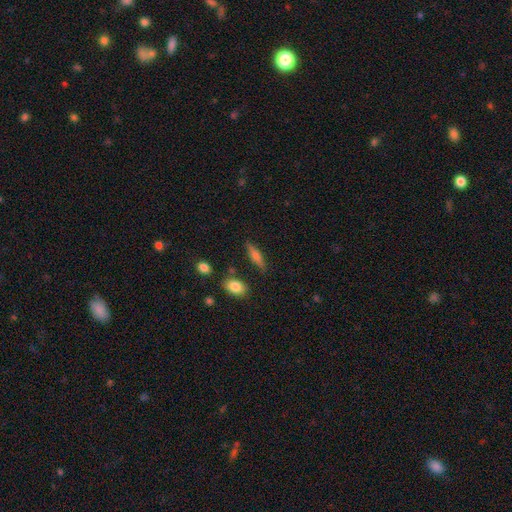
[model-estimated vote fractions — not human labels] Smooth or featured? Predicted: smooth (p=0.62). How rounded? Predicted: cigar-shaped (p=0.62). Merging? Predicted: none (p=0.82).